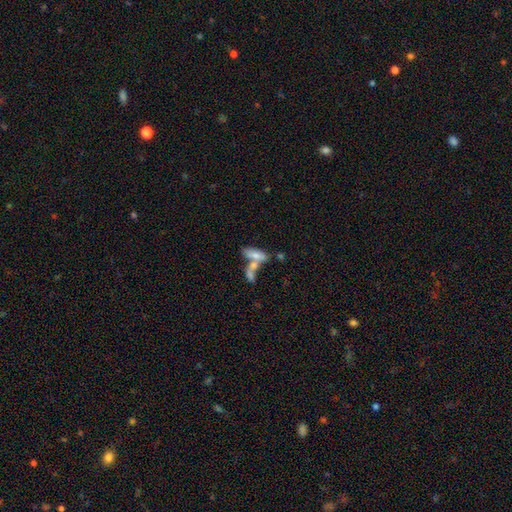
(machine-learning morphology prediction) Overall: smooth (63%; featured or disk 29%). How rounded: in between (69%). Merging: merger (58%; none 26%).